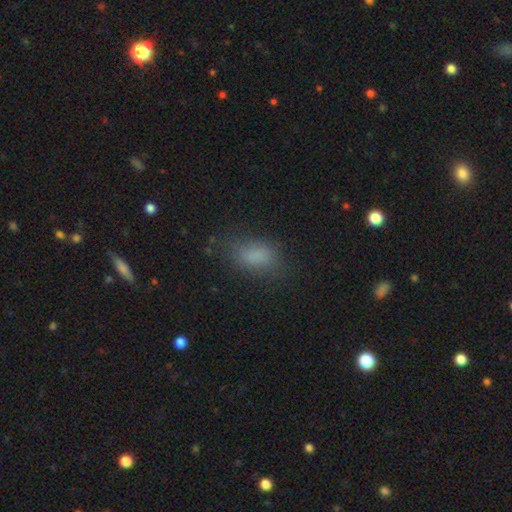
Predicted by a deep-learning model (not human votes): This appears to be a smooth galaxy with no disk features (80%) that is in between round and cigar-shaped (86%). Merging: none (67%).